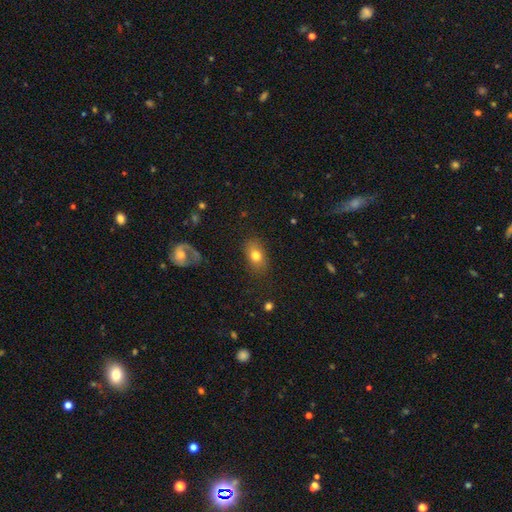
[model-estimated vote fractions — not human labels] The model was most divided on "how rounded": in between: 78%, round: 20%, cigar-shaped: 2%. More confident: merging — none (79%); smooth or featured — smooth (75%).